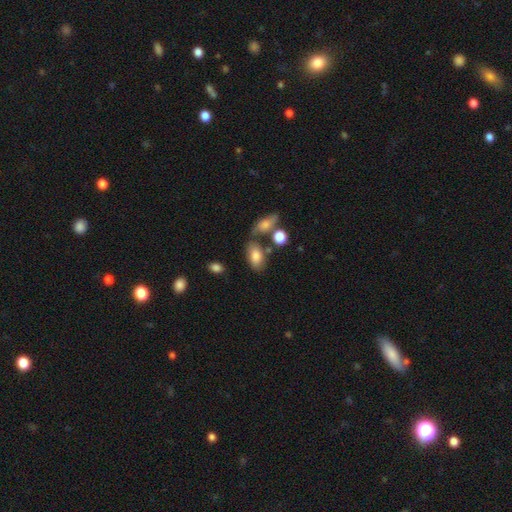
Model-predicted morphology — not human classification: A smooth galaxy with no disk features (79%) that is in between round and cigar-shaped (90%).

Vote fractions:
- Smooth or featured? smooth: 79% / featured or disk: 13% / star or artifact: 8%
- How rounded? in between: 90% / round: 7% / cigar-shaped: 3%
- Merging? none: 56% / minor disturbance: 19% / merger: 17% / major disturbance: 7%